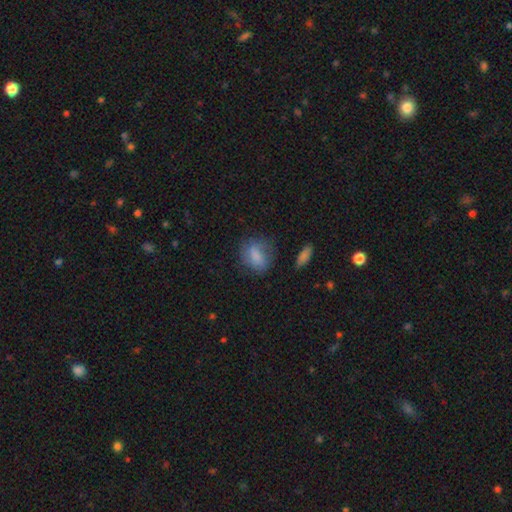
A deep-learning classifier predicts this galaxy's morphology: Q: Smooth or featured?
A: smooth (70%); runner-up: featured or disk (22%)
Q: How rounded?
A: in between (62%); runner-up: round (34%)
Q: Merging?
A: none (62%); runner-up: minor disturbance (24%)